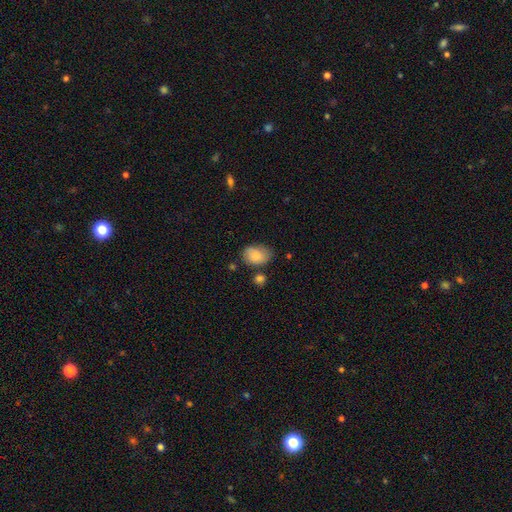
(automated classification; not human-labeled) A smooth galaxy with no disk features (82%) that is in between round and cigar-shaped (77%).

Vote fractions:
- Smooth or featured? smooth: 82% / featured or disk: 10% / star or artifact: 8%
- How rounded? in between: 77% / round: 22% / cigar-shaped: 1%
- Merging? none: 60% / minor disturbance: 28% / major disturbance: 6% / merger: 6%